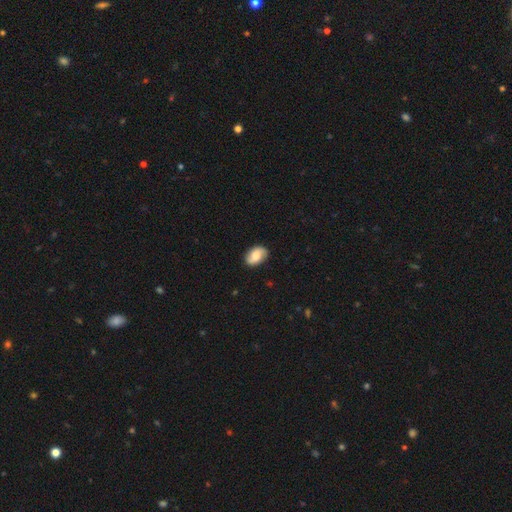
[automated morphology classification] A smooth galaxy with no disk features (65%) that is in between round and cigar-shaped (87%).

Vote fractions:
- Smooth or featured? smooth: 65% / featured or disk: 28% / star or artifact: 8%
- How rounded? in between: 87% / round: 12% / cigar-shaped: 1%
- Merging? none: 84% / minor disturbance: 13% / major disturbance: 3% / merger: 1%